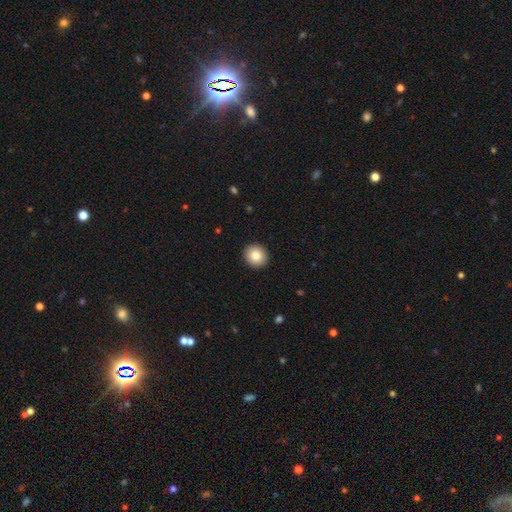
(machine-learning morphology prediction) This is clearly a smooth galaxy (85%). How rounded: clearly round (89%). Merging: clearly none (93%).